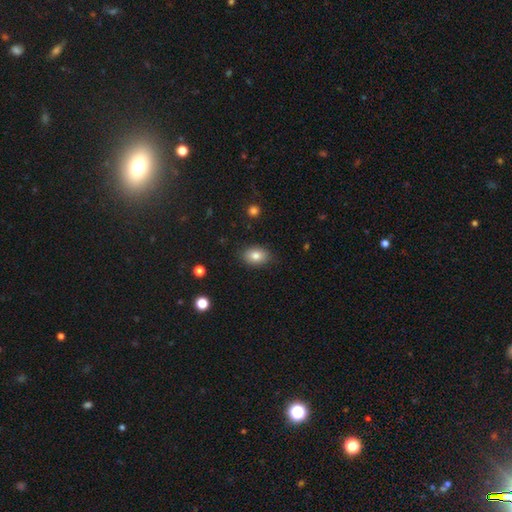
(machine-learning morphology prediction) Smooth or featured: smooth — 83% (featured or disk — 9%)
How rounded: in between — 80% (round — 19%)
Merging: none — 86% (minor disturbance — 11%)